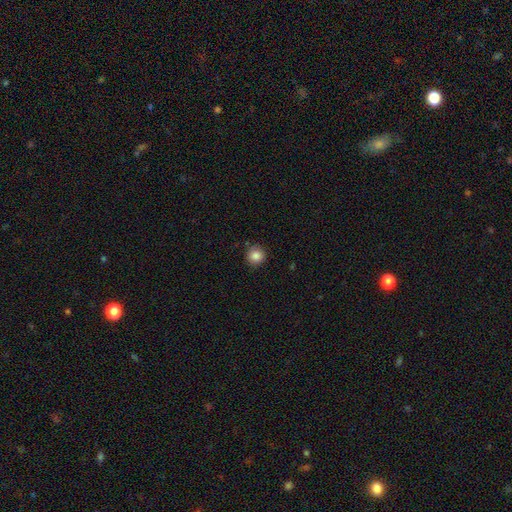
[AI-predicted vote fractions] smooth-or-featured: smooth: 85% | star or artifact: 10% | featured or disk: 5%
  how-rounded: round: 93% | in between: 6% | cigar-shaped: 1%
  merging: none: 86% | minor disturbance: 10% | major disturbance: 2% | merger: 2%